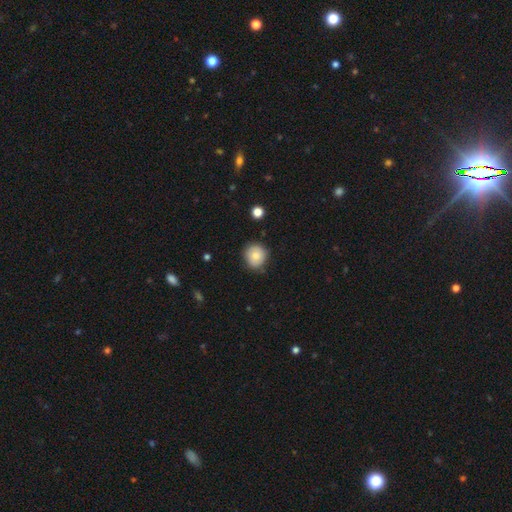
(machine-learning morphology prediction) Smooth or featured? smooth (79%)
How rounded? round (89%)
Merging? none (78%)